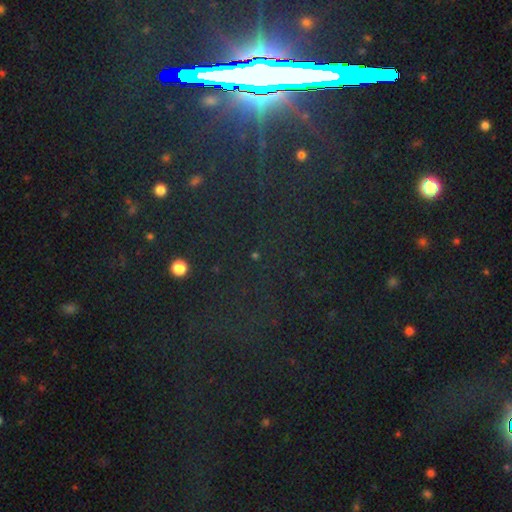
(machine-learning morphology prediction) Smooth or featured: star or artifact — 67% (smooth — 25%)